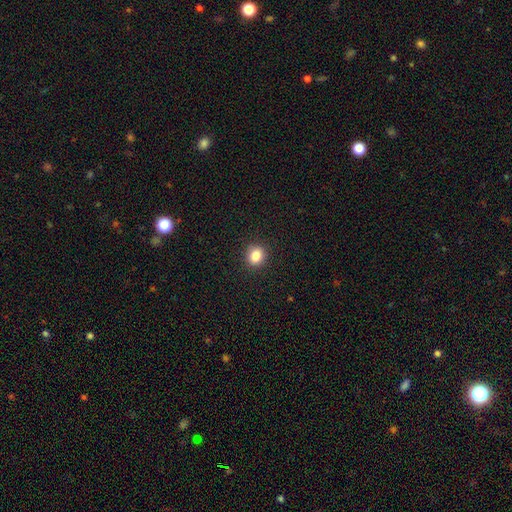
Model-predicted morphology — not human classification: Q: Smooth or featured?
A: smooth (85%); runner-up: star or artifact (10%)
Q: How rounded?
A: round (72%); runner-up: in between (27%)
Q: Merging?
A: none (91%); runner-up: minor disturbance (6%)